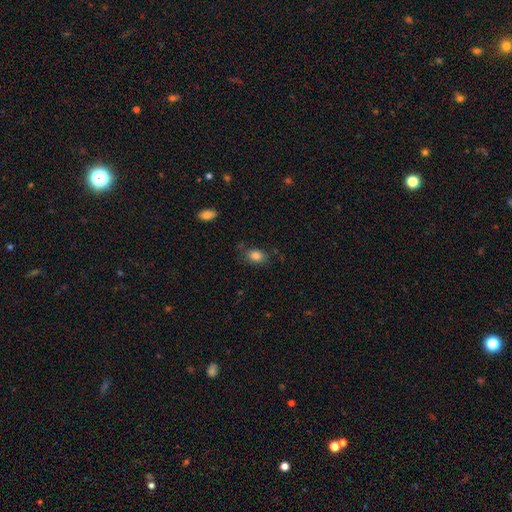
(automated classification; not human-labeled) Smooth or featured?
  - smooth: 84% *
  - star or artifact: 9%
  - featured or disk: 7%
How rounded?
  - in between: 77% *
  - round: 22%
  - cigar-shaped: 1%
Merging?
  - none: 74% *
  - minor disturbance: 18%
  - major disturbance: 5%
  - merger: 3%